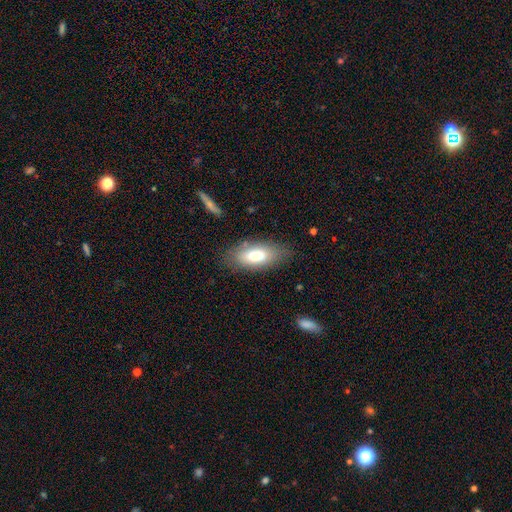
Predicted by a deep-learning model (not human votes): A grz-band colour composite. It shows a smooth galaxy with no disk features (75%) that is in between round and cigar-shaped (85%). Merging: none (76%).